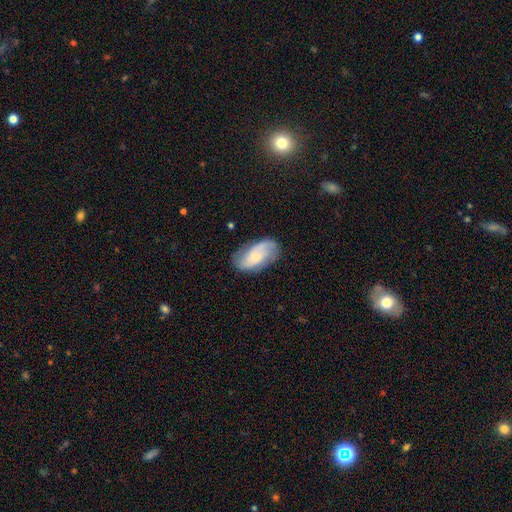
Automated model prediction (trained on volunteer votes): Q: Smooth or featured?
A: featured or disk (62%); runner-up: smooth (31%)
Q: Edge-on disk?
A: no (95%); runner-up: yes (5%)
Q: Bar?
A: no (60%); runner-up: weak (32%)
Q: Spiral arms?
A: yes (91%); runner-up: no (9%)
Q: Spiral winding?
A: medium (41%); runner-up: loose (37%)
Q: Spiral arm count?
A: 2 (72%); runner-up: can't tell (14%)
Q: Bulge size?
A: small (65%); runner-up: moderate (22%)
Q: Merging?
A: none (70%); runner-up: minor disturbance (21%)